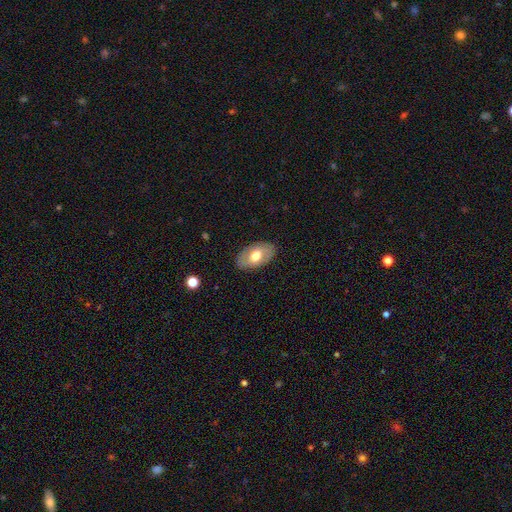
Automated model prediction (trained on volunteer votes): Morphology: type=smooth (60%); roundness=in between (93%); merging=none (85%).